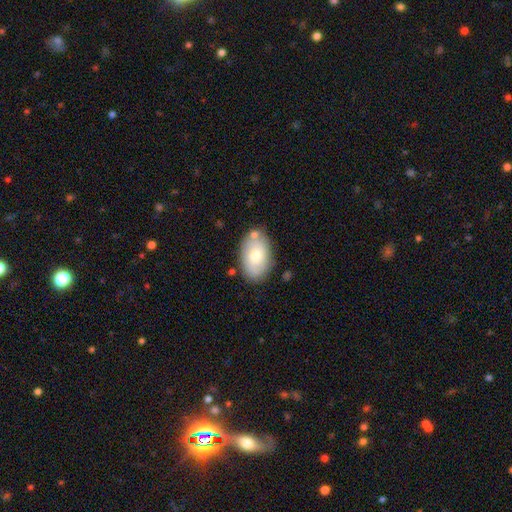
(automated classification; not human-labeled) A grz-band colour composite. It shows a smooth galaxy with no disk features (66%) that is in between round and cigar-shaped (92%). Merging: none (75%).